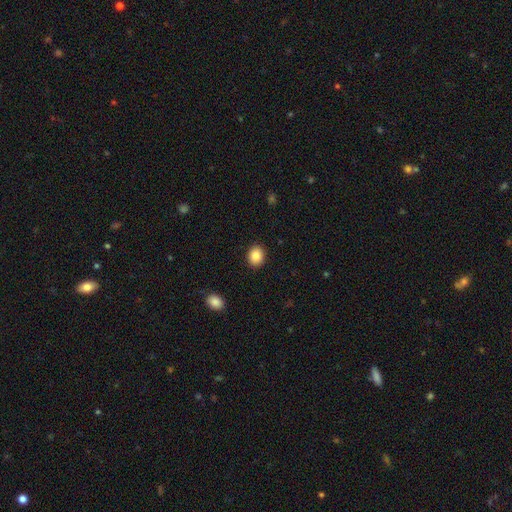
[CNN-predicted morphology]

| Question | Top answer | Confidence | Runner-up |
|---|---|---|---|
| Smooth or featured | smooth | 87% | star or artifact (9%) |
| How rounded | round | 60% | in between (39%) |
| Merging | none | 90% | minor disturbance (6%) |